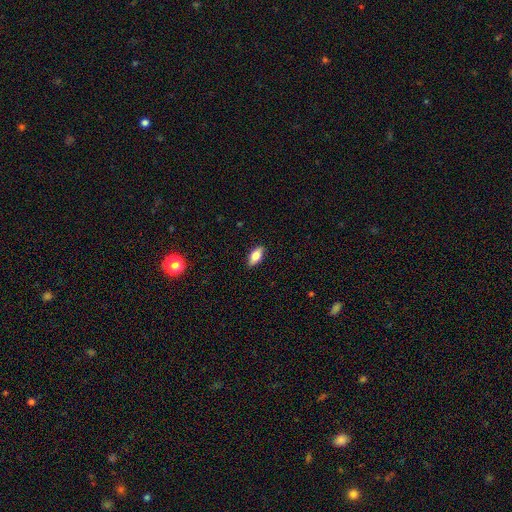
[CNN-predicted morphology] A smooth galaxy with no disk features (74%) that is in between round and cigar-shaped (84%). Merging: none (87%).